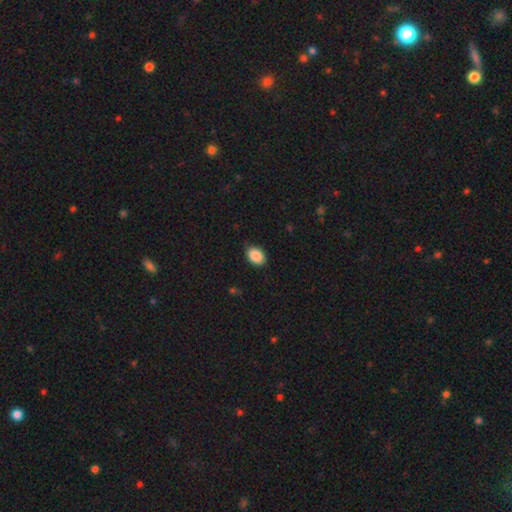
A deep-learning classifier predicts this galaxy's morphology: Smooth or featured? smooth (89%)
How rounded? in between (82%)
Merging? none (85%)